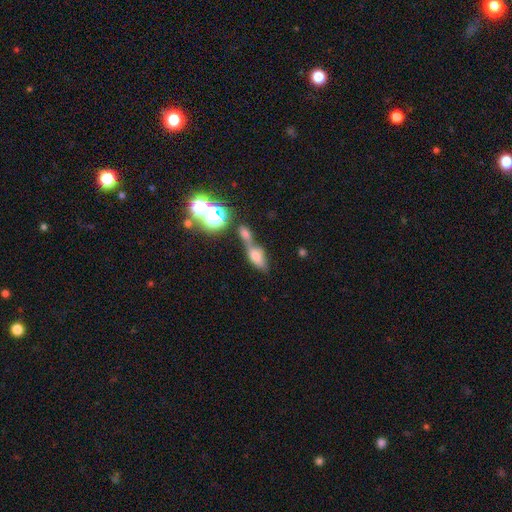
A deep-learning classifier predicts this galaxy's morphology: Q: Smooth or featured?
A: smooth (62%); runner-up: featured or disk (21%)
Q: How rounded?
A: in between (74%); runner-up: cigar-shaped (16%)
Q: Merging?
A: merger (58%); runner-up: none (25%)